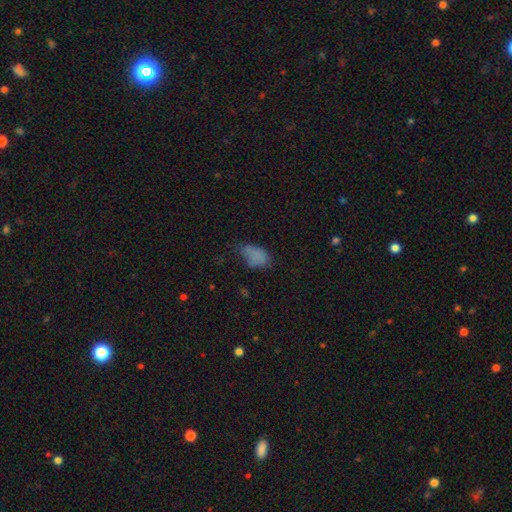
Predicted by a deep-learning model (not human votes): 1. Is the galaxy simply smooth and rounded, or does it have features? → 78% smooth, 12% star or artifact, 10% featured or disk.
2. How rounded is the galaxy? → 92% in between, 6% round, 2% cigar-shaped.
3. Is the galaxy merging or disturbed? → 41% none, 35% minor disturbance, 20% major disturbance, 3% merger.